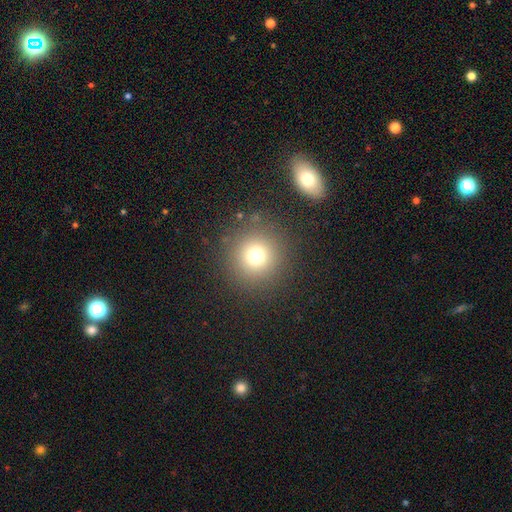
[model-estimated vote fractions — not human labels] Smooth or featured? smooth (72%)
How rounded? round (95%)
Merging? none (88%)